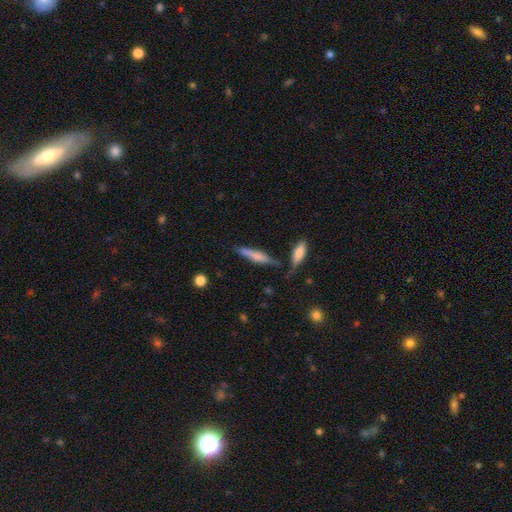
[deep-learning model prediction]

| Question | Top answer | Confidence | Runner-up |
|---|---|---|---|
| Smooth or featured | smooth | 59% | featured or disk (34%) |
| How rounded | cigar-shaped | 85% | in between (13%) |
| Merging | none | 68% | minor disturbance (18%) |